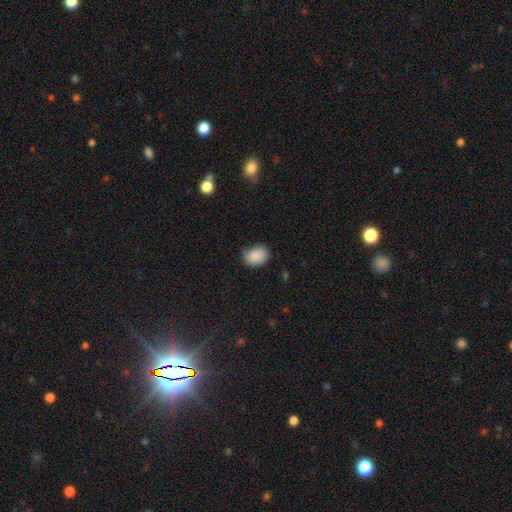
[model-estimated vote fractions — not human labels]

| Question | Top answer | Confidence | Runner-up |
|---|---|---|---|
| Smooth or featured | smooth | 88% | star or artifact (8%) |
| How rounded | in between | 66% | round (33%) |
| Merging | none | 70% | minor disturbance (24%) |